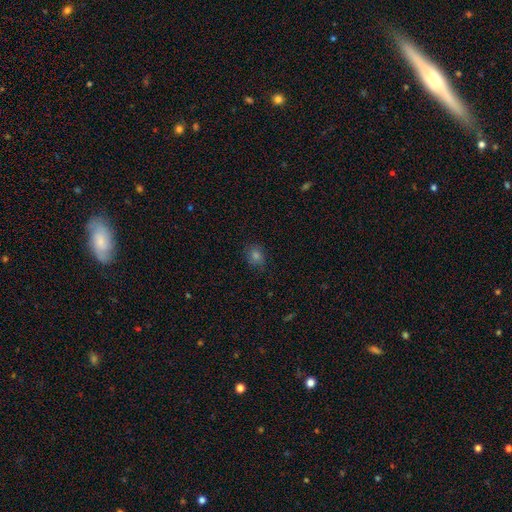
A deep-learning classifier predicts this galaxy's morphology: Smooth or featured: smooth — 71% (star or artifact — 20%)
How rounded: round — 65% (in between — 34%)
Merging: none — 80% (minor disturbance — 15%)